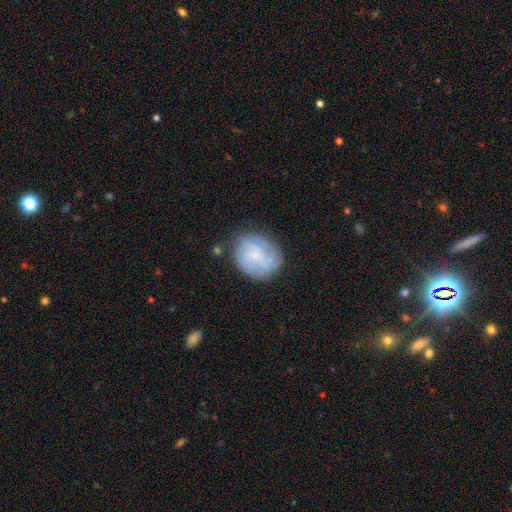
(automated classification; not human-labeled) smooth-or-featured: featured or disk: 56% | smooth: 35% | star or artifact: 8%
  disk-edge-on: no: 98% | yes: 2%
    bar: no: 72% | weak: 25% | strong: 3%
    has-spiral-arms: yes: 80% | no: 20%
    bulge-size: small: 63% | none: 18% | moderate: 16% | large: 2% | dominant: 1%
  merging: none: 70% | minor disturbance: 20% | major disturbance: 8% | merger: 3%